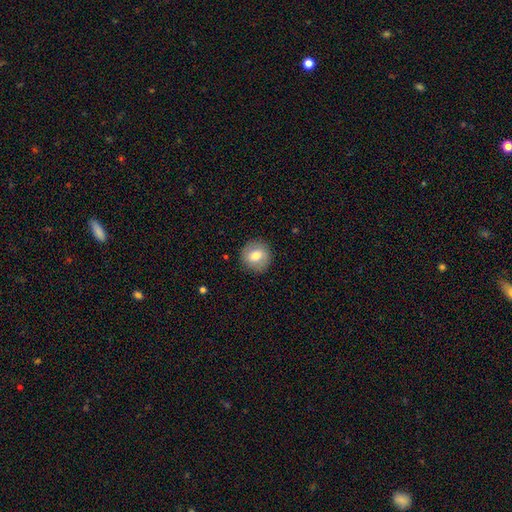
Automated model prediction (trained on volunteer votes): The model was most divided on "smooth or featured": smooth: 74%, featured or disk: 18%, star or artifact: 8%. More confident: how rounded — round (90%); merging — none (88%).